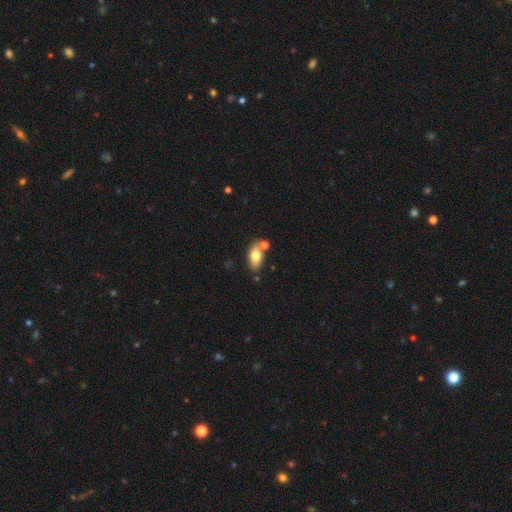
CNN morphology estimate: This is likely a smooth galaxy (72%). How rounded: clearly in between (88%). Merging: likely none (64%).